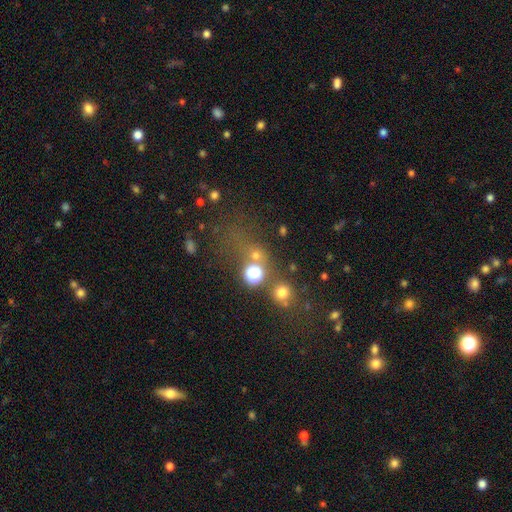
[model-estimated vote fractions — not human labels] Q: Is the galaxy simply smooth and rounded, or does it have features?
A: smooth — 54%.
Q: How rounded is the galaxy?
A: round — 76%.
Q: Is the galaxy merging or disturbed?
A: none — 55%.